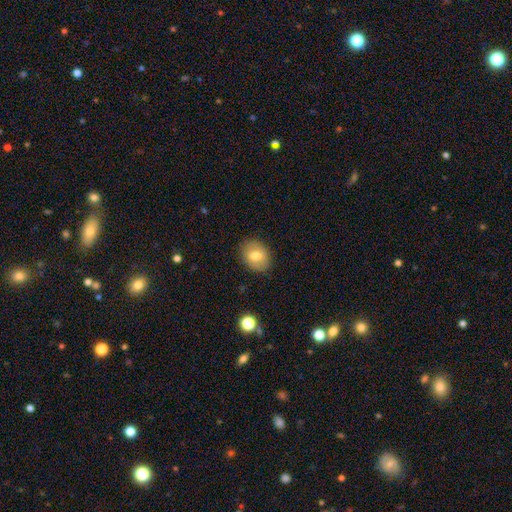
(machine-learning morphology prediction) The model was most divided on "how rounded": in between: 55%, round: 45%, cigar-shaped: 1%. More confident: merging — none (86%); smooth or featured — smooth (73%).